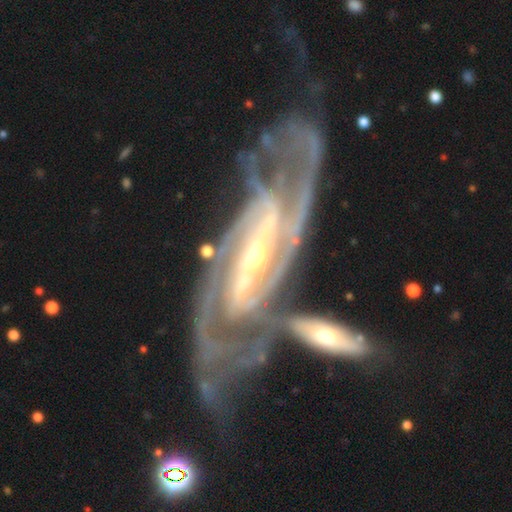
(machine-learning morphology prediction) Smooth or featured: featured or disk — 93% (star or artifact — 5%)
Edge-on disk: no — 94% (yes — 6%)
Bar: strong — 58% (weak — 27%)
Spiral arms: yes — 98% (no — 2%)
Spiral winding: tight — 44% (tied with medium — 44%)
Spiral arm count: 2 — 68% (can't tell — 10%)
Bulge size: small — 69% (moderate — 27%)
Merging: none — 42% (merger — 24%)